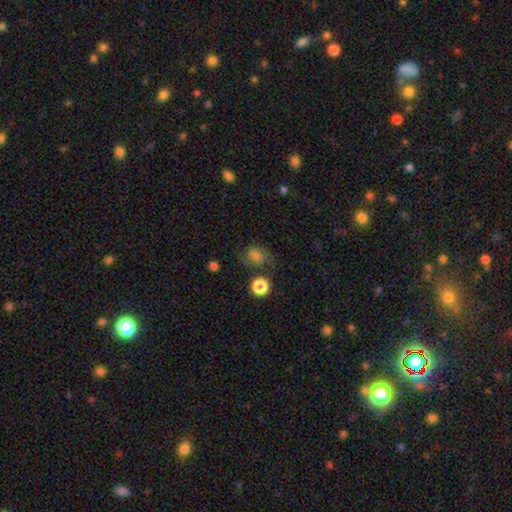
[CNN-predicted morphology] Q: Smooth or featured?
A: smooth (67%); runner-up: featured or disk (17%)
Q: How rounded?
A: round (64%); runner-up: in between (35%)
Q: Merging?
A: none (62%); runner-up: minor disturbance (22%)